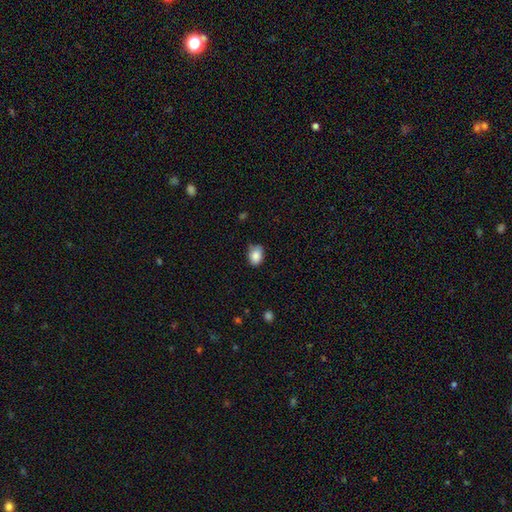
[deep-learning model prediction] smooth_or_featured: smooth (p=0.86) [alt: star or artifact p=0.08]
how_rounded: in between (p=0.71) [alt: round p=0.28]
merging: none (p=0.64) [alt: minor disturbance p=0.29]